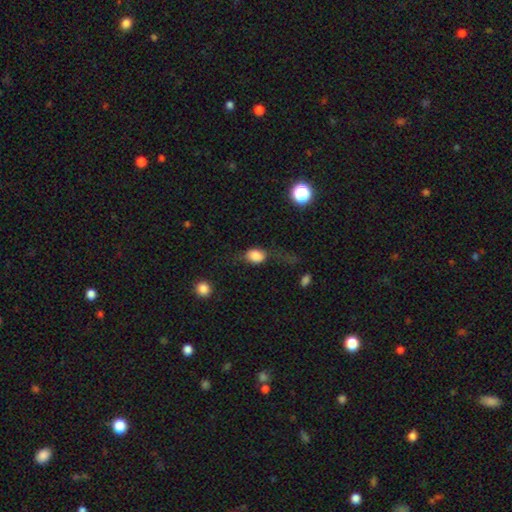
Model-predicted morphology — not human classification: smooth-or-featured: smooth: 78% | featured or disk: 12% | star or artifact: 10%
  how-rounded: in between: 70% | round: 27% | cigar-shaped: 3%
  merging: none: 50% | minor disturbance: 24% | major disturbance: 23% | merger: 4%